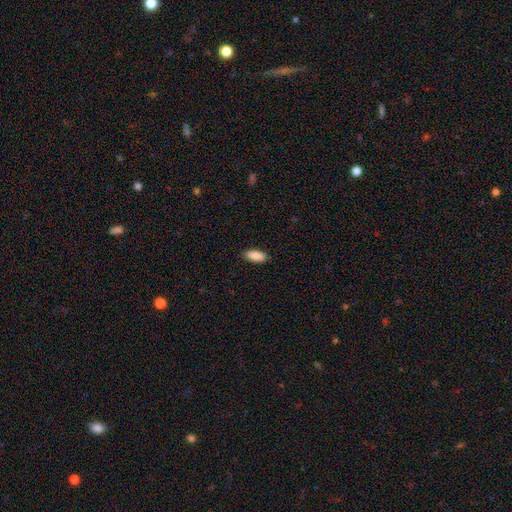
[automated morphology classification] This appears to be a smooth galaxy with no disk features (89%) that is in between round and cigar-shaped (85%). Merging: none (88%).